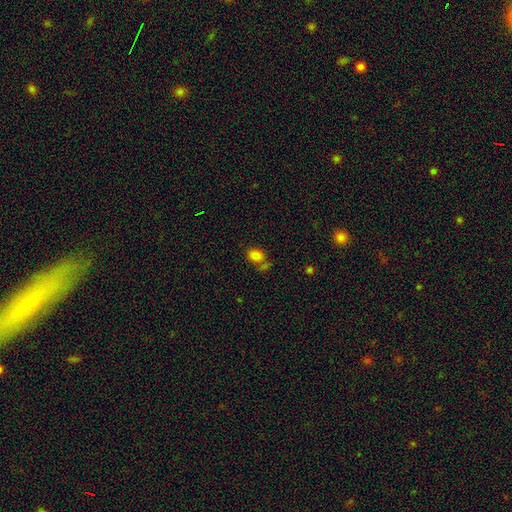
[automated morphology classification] type=smooth (79%); roundness=in between (69%); merging=none (53%).